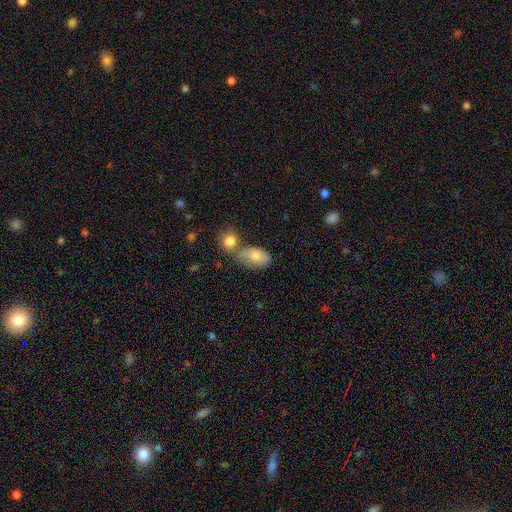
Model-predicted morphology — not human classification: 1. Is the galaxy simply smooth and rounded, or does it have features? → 79% smooth, 14% featured or disk, 7% star or artifact.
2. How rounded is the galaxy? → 89% in between, 9% round, 2% cigar-shaped.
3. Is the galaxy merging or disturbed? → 46% merger, 32% none, 15% minor disturbance, 7% major disturbance.